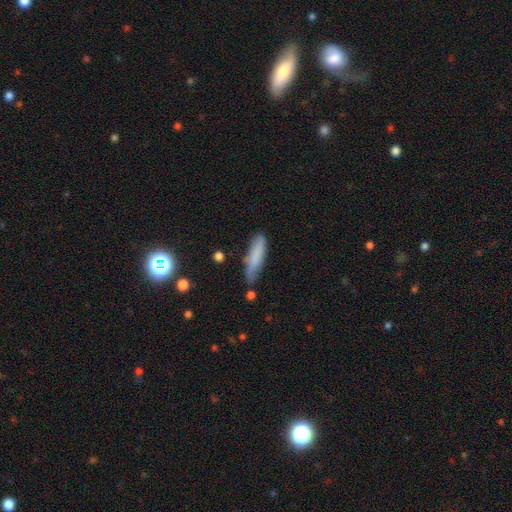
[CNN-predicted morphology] The model was most divided on "merging": none: 66%, minor disturbance: 25%, major disturbance: 5%, merger: 4%. More confident: smooth or featured — smooth (76%); how rounded — cigar-shaped (71%).